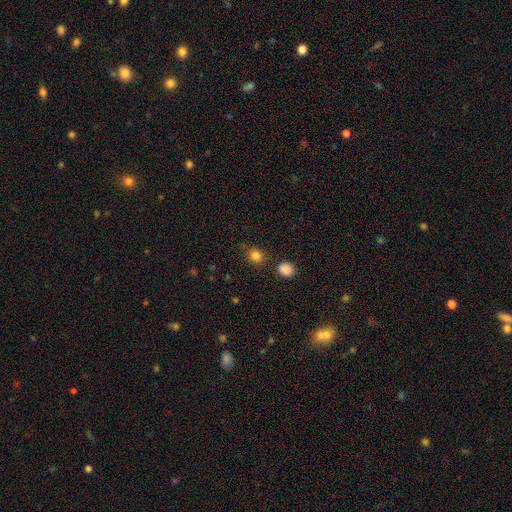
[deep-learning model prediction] smooth 83%, star or artifact 13%, featured or disk 4%. Down the decision tree: how rounded — round (81%); merging — none (81%).